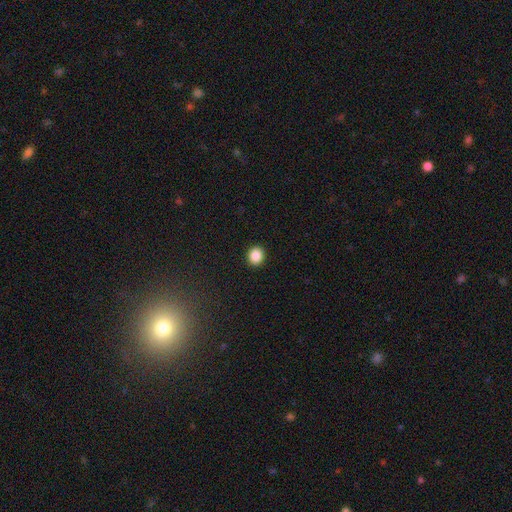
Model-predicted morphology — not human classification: This is clearly a smooth galaxy (87%). How rounded: likely round (80%). Merging: clearly none (93%).